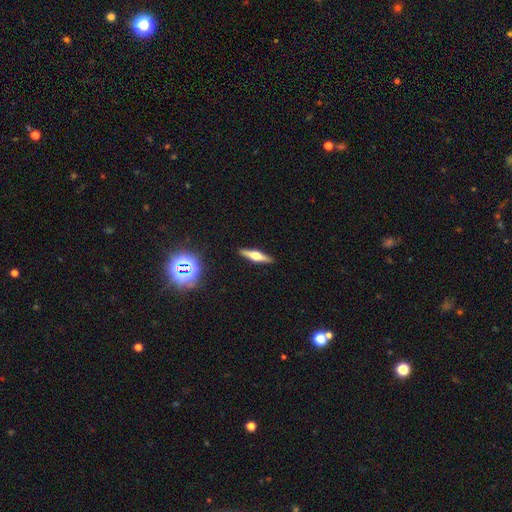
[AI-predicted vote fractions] Morphology: type=featured or disk (63%); edge-on=yes (96%); edge-on bulge=rounded (92%); merging=none (91%).